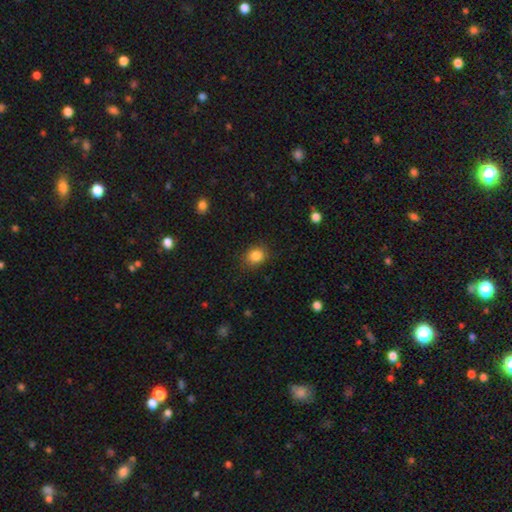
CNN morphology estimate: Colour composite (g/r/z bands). It shows a smooth galaxy with no disk features (85%) that is round (63%). Merging: none (86%).